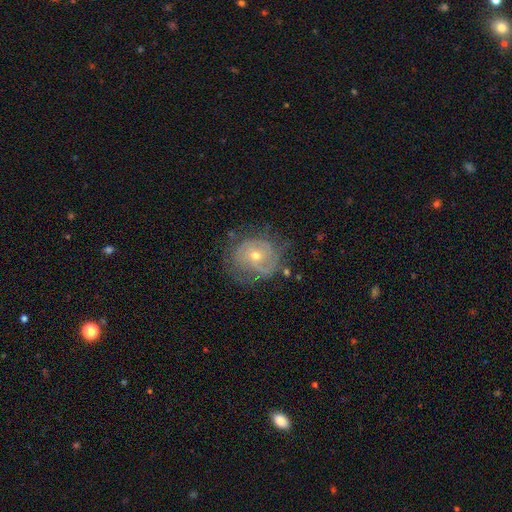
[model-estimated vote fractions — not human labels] This appears to be a featured or disk galaxy (70%) with no bar (71%), tight (56%) spiral arms (77%) and a small central bulge (50%). Merging: none (60%).